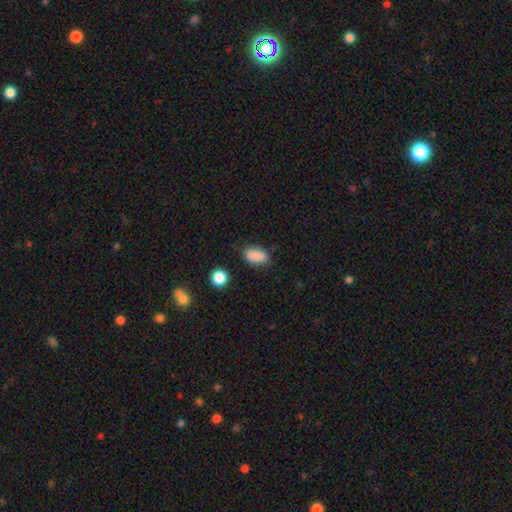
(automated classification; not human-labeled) Morphology: type=smooth (87%); roundness=in between (90%); merging=none (79%).